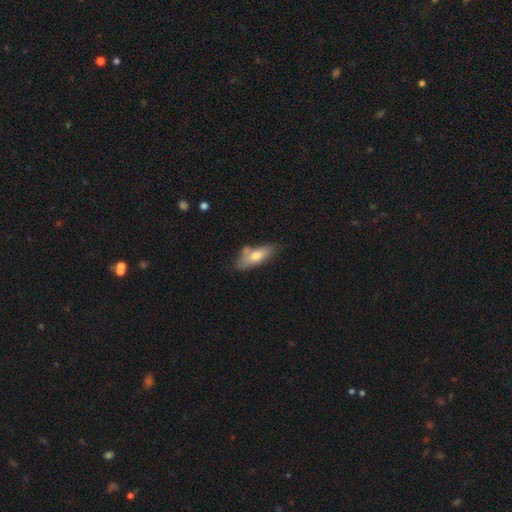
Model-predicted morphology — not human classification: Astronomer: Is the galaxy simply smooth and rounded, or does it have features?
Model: smooth — 64%.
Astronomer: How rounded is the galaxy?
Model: in between — 69%.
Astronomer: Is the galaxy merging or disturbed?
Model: none — 55%.